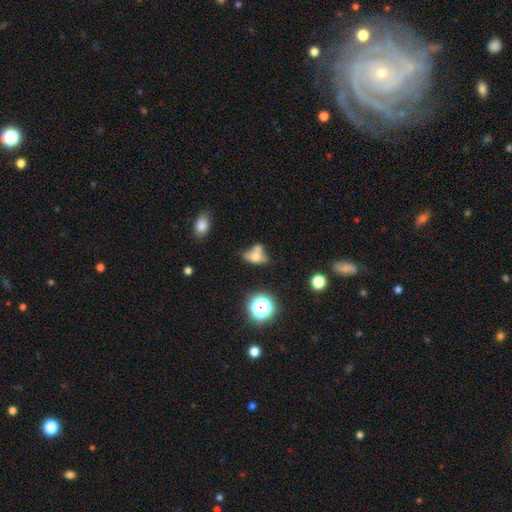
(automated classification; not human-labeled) Q: Smooth or featured?
A: smooth (55%); runner-up: featured or disk (28%)
Q: How rounded?
A: in between (70%); runner-up: round (21%)
Q: Merging?
A: merger (35%); runner-up: none (30%)